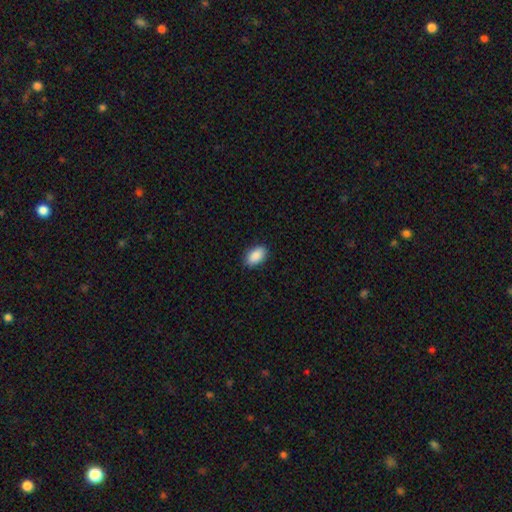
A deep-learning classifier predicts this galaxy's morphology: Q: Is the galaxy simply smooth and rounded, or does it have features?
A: smooth — 90%.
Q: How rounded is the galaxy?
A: in between — 93%.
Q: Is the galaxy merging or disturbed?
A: none — 89%.